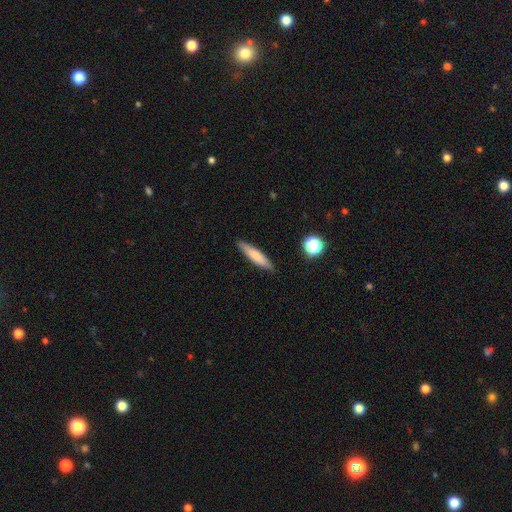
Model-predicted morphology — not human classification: Smooth or featured? smooth (73%)
How rounded? cigar-shaped (86%)
Merging? none (88%)